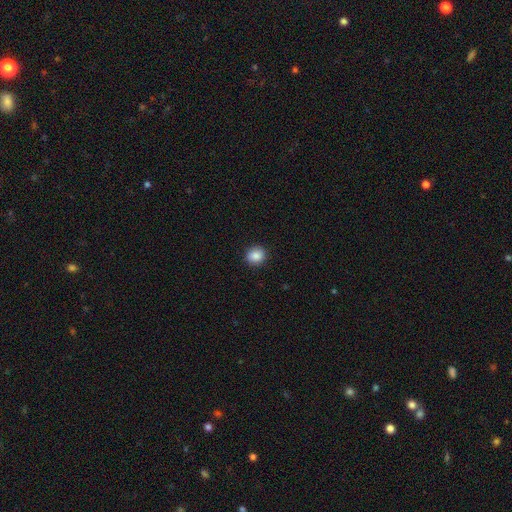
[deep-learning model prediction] Overall: smooth (86%). How rounded: round (81%). Merging: none (90%).